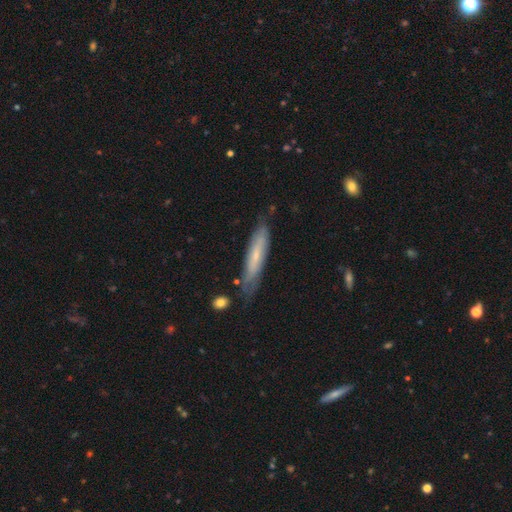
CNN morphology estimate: Smooth or featured? Predicted: smooth (p=0.49). Merging? Predicted: none (p=0.74).